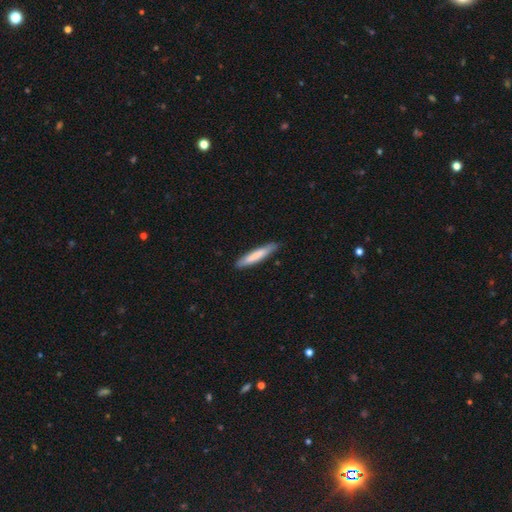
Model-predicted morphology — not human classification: type=smooth (77%); roundness=cigar-shaped (92%); merging=none (87%).